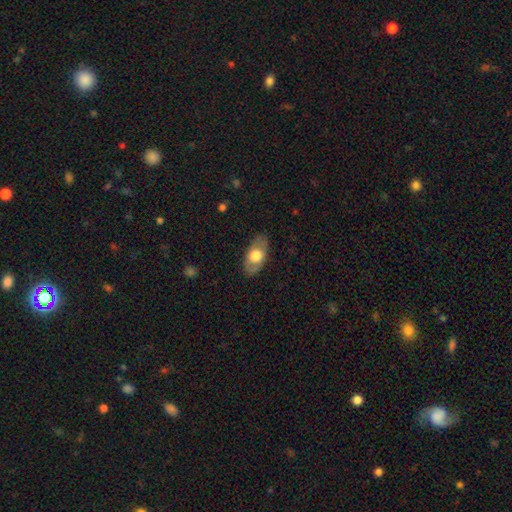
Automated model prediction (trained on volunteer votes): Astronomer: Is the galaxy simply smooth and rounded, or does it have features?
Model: smooth — 58% (runner-up: featured or disk, 37%).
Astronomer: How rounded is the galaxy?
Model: in between — 89%.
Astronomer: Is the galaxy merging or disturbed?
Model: none — 80%.